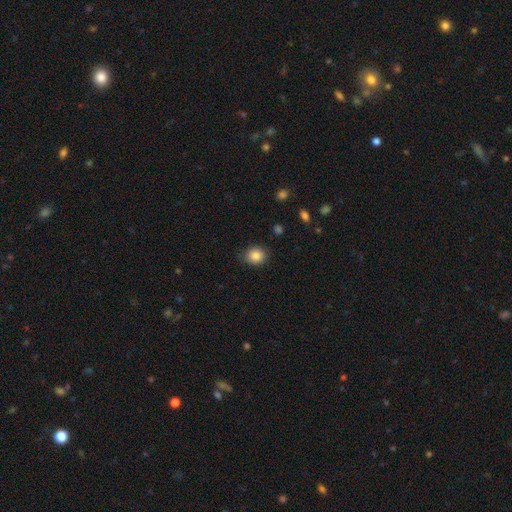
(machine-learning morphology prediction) A smooth galaxy with no disk features (86%) that is round (65%). Merging: none (82%).